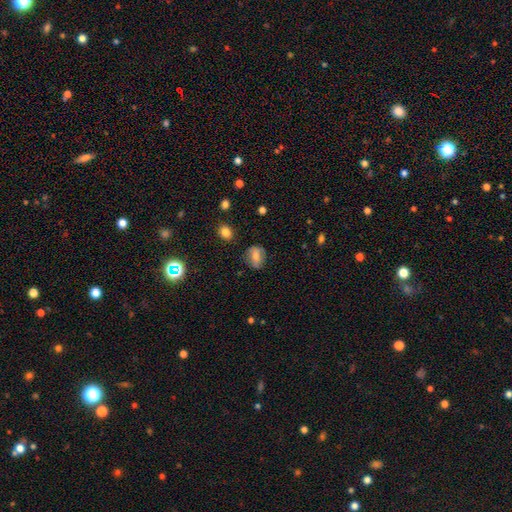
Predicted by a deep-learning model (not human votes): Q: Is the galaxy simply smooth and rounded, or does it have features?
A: smooth — 64%.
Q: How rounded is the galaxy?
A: in between — 56%.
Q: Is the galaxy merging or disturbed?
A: none — 71%.